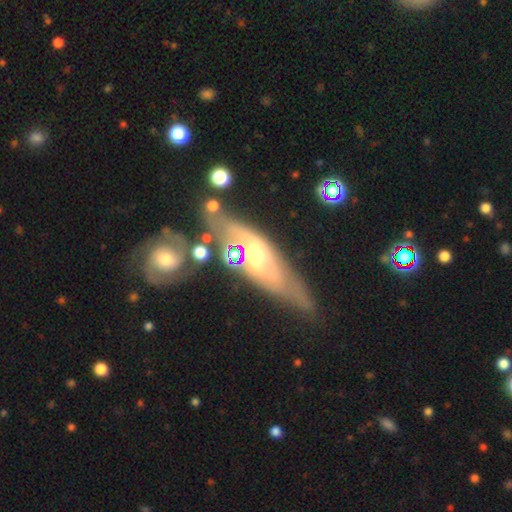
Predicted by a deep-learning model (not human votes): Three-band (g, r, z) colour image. It shows a featured or disk galaxy (71%). Merging: none (60%).